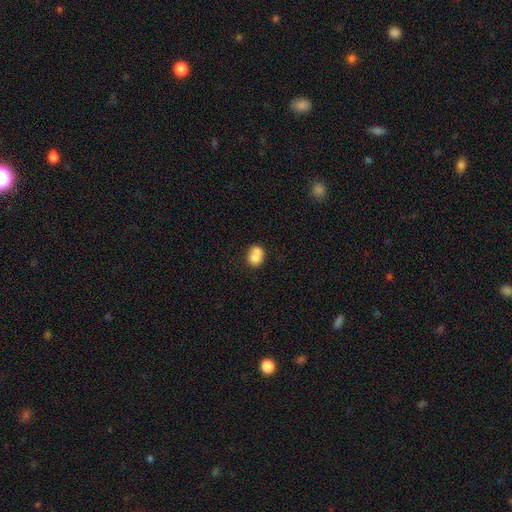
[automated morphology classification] This appears to be a smooth galaxy with no disk features (78%) that is in between round and cigar-shaped (50%). Merging: merger (41%).